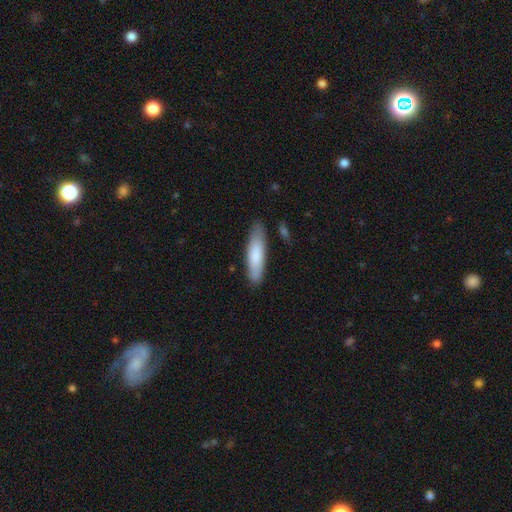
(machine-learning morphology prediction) Smooth or featured? smooth (79%)
How rounded? cigar-shaped (68%)
Merging? none (82%)